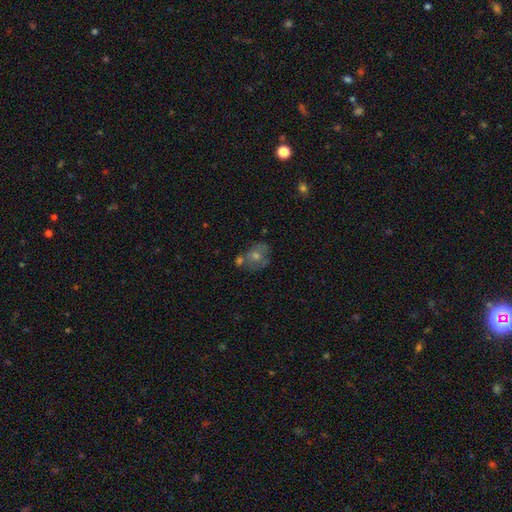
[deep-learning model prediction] Smooth or featured? featured or disk (44%)
Merging? none (55%)